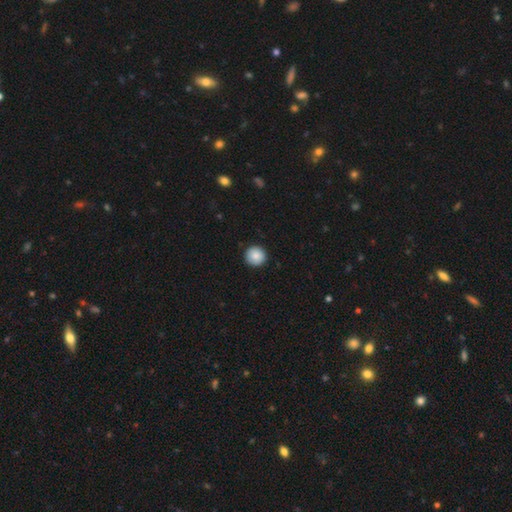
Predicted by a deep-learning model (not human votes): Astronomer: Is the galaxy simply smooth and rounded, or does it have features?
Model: smooth — 87%.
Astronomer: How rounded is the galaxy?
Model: round — 95%.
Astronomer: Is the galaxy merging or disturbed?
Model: none — 92%.